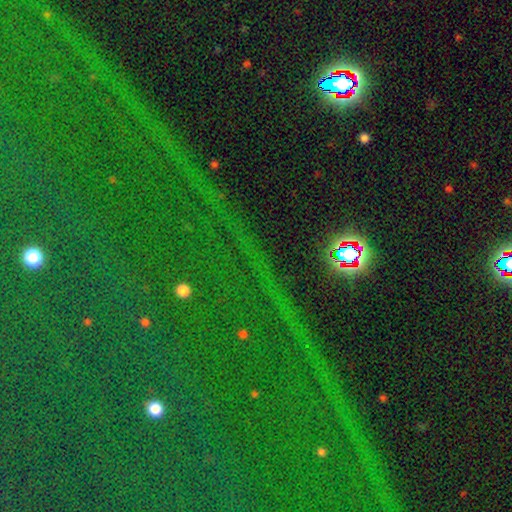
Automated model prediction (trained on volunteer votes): Smooth or featured? Predicted: star or artifact (p=0.85).